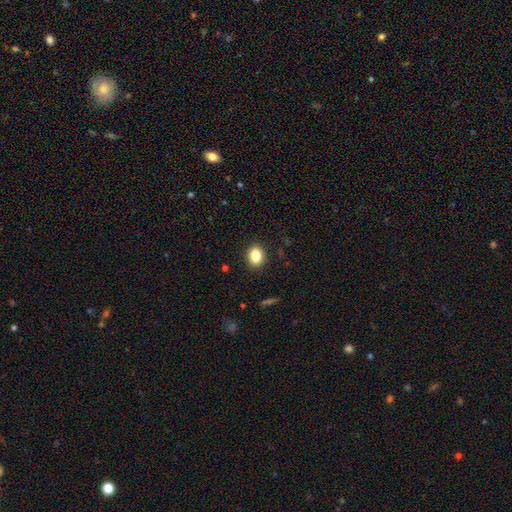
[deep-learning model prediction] smooth 85%, star or artifact 10%, featured or disk 5%. Down the decision tree: how rounded — in between (50%); merging — none (89%).